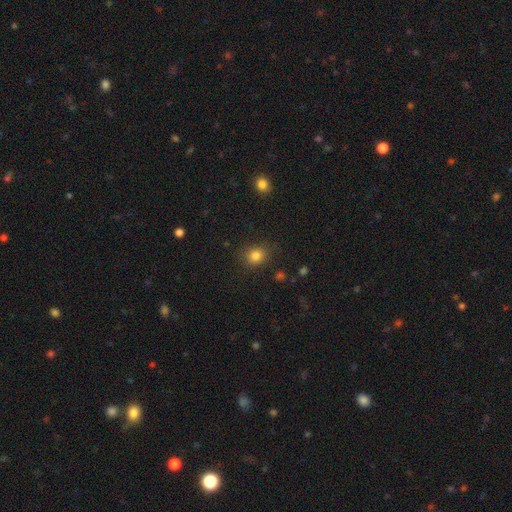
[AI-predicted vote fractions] The model was most divided on "how rounded": round: 70%, in between: 30%, cigar-shaped: 1%. More confident: merging — none (83%); smooth or featured — smooth (83%).